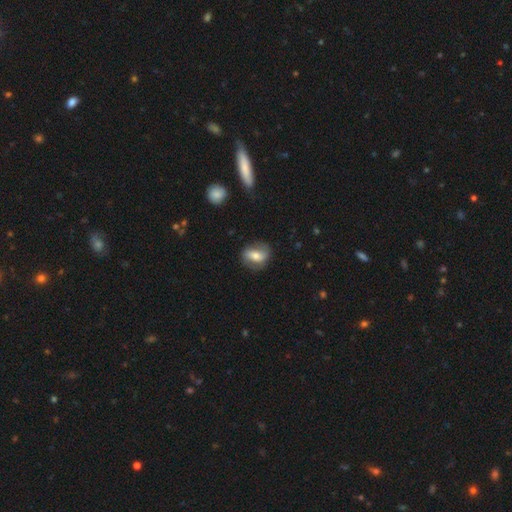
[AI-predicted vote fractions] This appears to be a smooth galaxy with no disk features (51%) that is in between round and cigar-shaped (64%). Merging: none (75%).